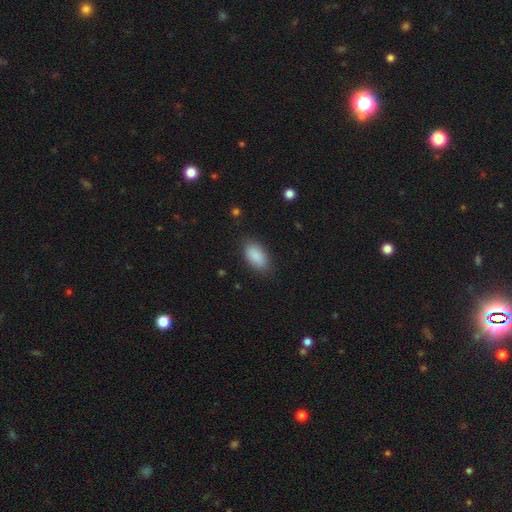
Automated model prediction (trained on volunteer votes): A smooth galaxy with no disk features (89%) that is in between round and cigar-shaped (92%).

Vote fractions:
- Smooth or featured? smooth: 89% / star or artifact: 7% / featured or disk: 4%
- How rounded? in between: 92% / cigar-shaped: 4% / round: 4%
- Merging? none: 83% / minor disturbance: 12% / major disturbance: 3% / merger: 1%